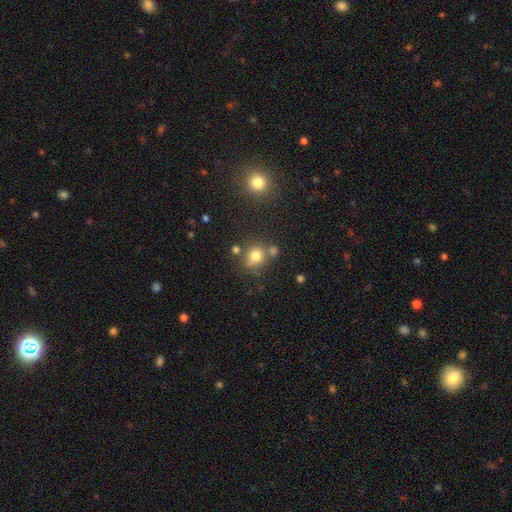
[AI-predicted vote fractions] Smooth or featured? Predicted: smooth (p=0.75). How rounded? Predicted: round (p=0.76). Merging? Predicted: none (p=0.61).